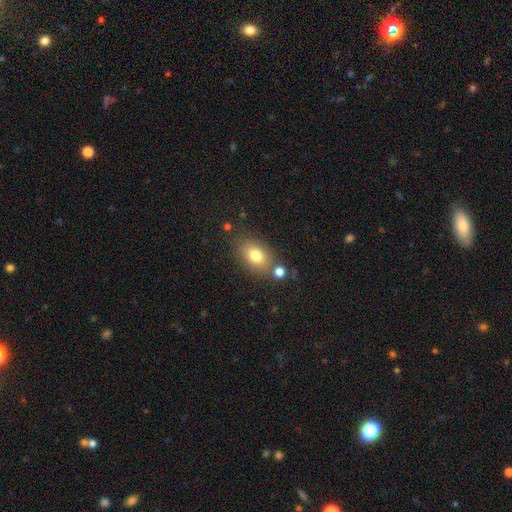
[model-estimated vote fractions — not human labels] smooth 78%, featured or disk 12%, star or artifact 10%. Down the decision tree: how rounded — in between (79%); merging — none (72%).